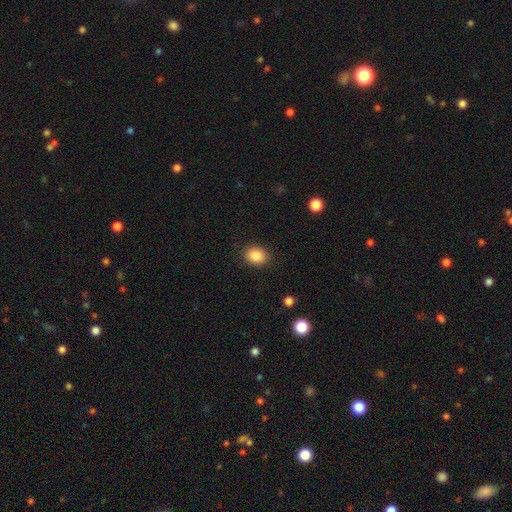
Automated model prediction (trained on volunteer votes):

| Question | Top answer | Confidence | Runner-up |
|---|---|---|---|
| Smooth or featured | smooth | 88% | star or artifact (9%) |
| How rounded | round | 52% | in between (47%) |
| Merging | none | 88% | minor disturbance (8%) |